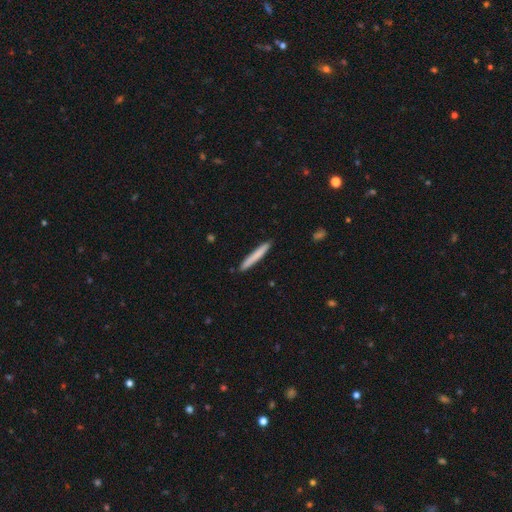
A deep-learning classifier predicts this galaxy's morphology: The model was most divided on "smooth or featured": smooth: 77%, featured or disk: 18%, star or artifact: 6%. More confident: how rounded — cigar-shaped (96%); merging — none (91%).